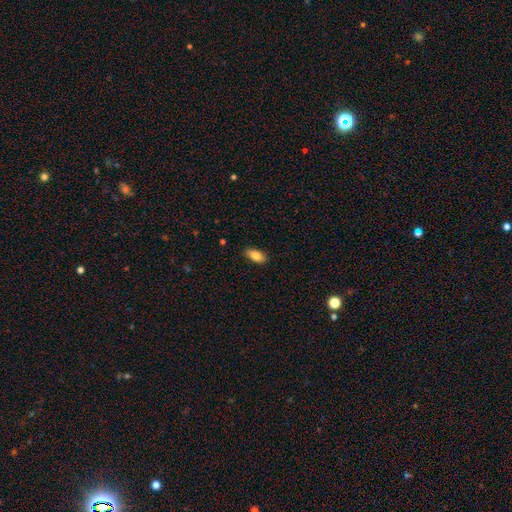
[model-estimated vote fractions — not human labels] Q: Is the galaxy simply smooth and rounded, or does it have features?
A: smooth — 85%.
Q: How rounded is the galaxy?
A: in between — 89%.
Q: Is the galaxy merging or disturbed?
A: none — 87%.